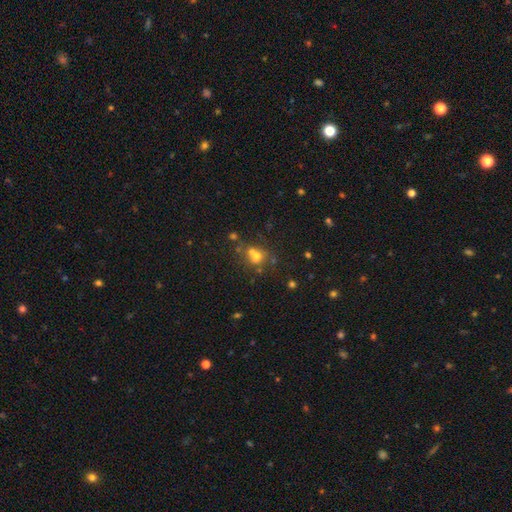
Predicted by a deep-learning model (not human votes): smooth_or_featured: smooth (p=0.59) [alt: star or artifact p=0.21]
how_rounded: round (p=0.74) [alt: in between p=0.25]
merging: merger (p=0.44) [alt: none p=0.41]